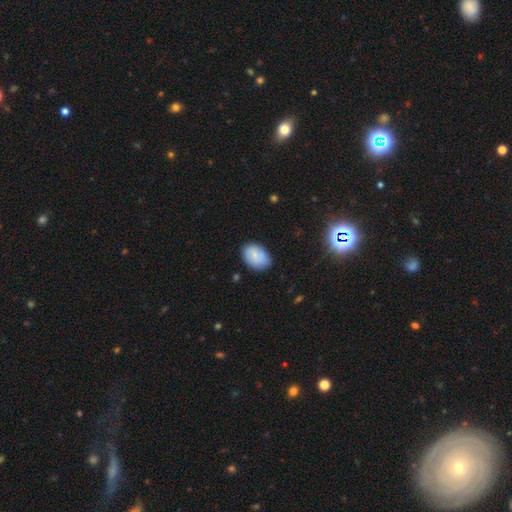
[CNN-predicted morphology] This is likely a smooth galaxy (77%). How rounded: clearly in between (83%). Merging: likely none (77%).